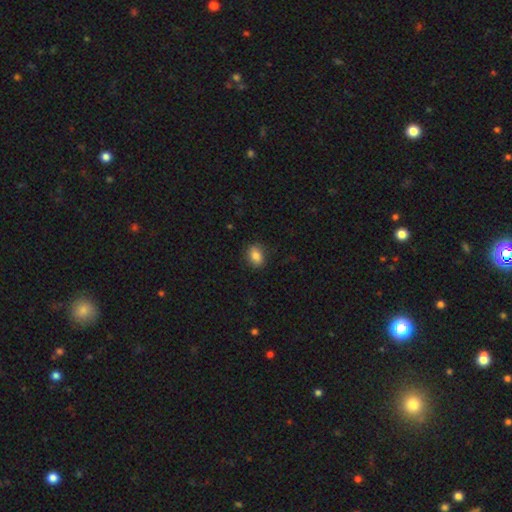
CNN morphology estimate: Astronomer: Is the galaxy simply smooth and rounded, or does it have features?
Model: smooth — 84%.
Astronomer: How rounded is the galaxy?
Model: in between — 71%.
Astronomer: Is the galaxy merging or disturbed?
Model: none — 85%.